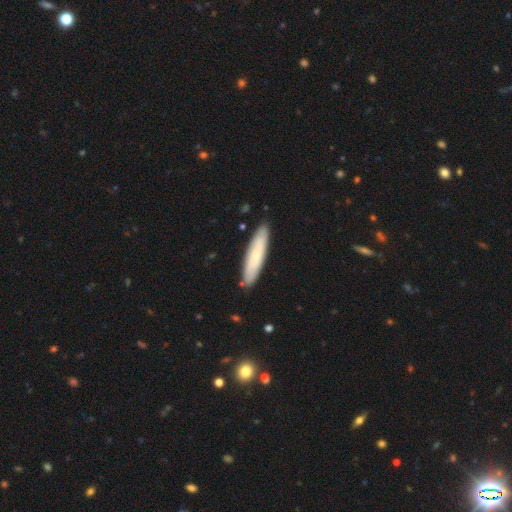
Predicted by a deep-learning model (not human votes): Smooth or featured: smooth — 65% (featured or disk — 29%)
How rounded: cigar-shaped — 81% (in between — 18%)
Merging: none — 88% (minor disturbance — 9%)